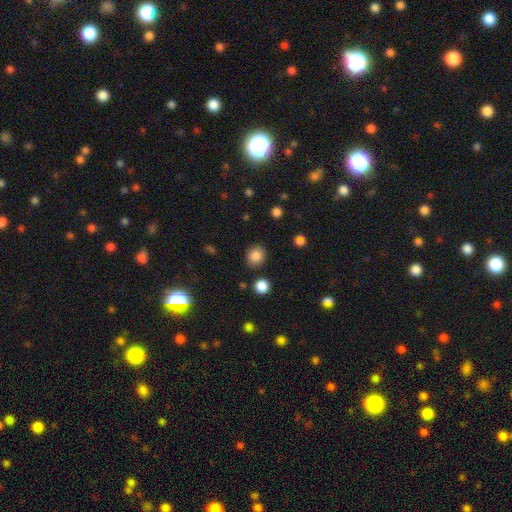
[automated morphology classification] Smooth or featured?
  - smooth: 85% *
  - star or artifact: 11%
  - featured or disk: 4%
How rounded?
  - round: 83% *
  - in between: 16%
  - cigar-shaped: 1%
Merging?
  - none: 88% *
  - minor disturbance: 7%
  - merger: 3%
  - major disturbance: 3%